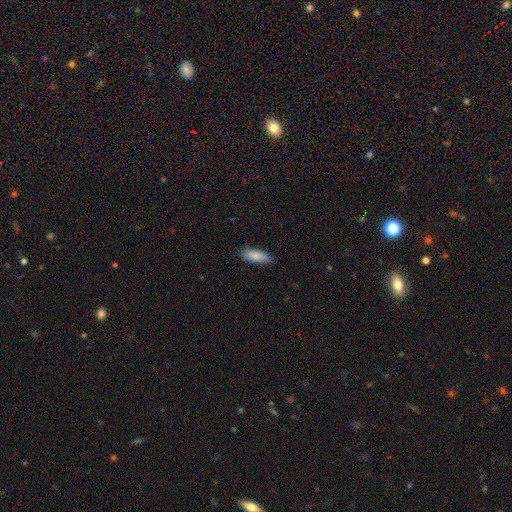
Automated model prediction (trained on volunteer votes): smooth-or-featured: smooth: 86% | featured or disk: 8% | star or artifact: 6%
  how-rounded: in between: 62% | cigar-shaped: 37% | round: 2%
  merging: none: 87% | minor disturbance: 10% | major disturbance: 2% | merger: 1%